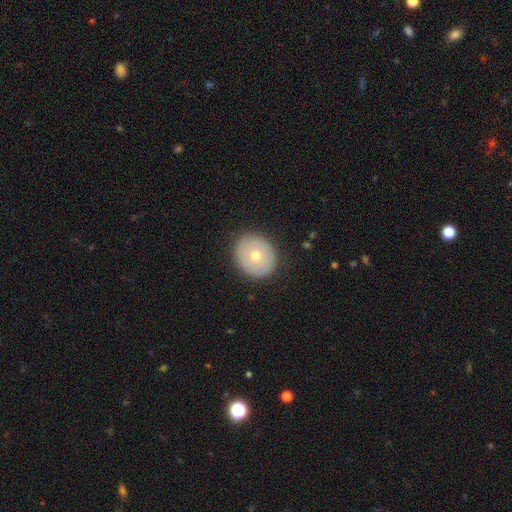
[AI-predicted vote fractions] This is likely a smooth galaxy (63%). How rounded: likely round (77%). Merging: clearly none (88%).